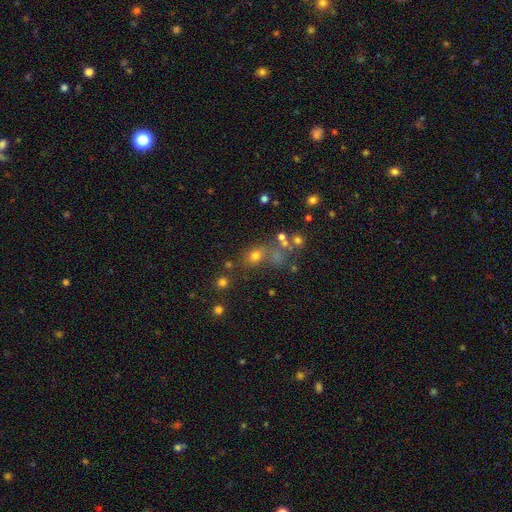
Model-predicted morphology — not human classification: Smooth or featured? smooth (58%)
How rounded? round (57%)
Merging? none (53%)